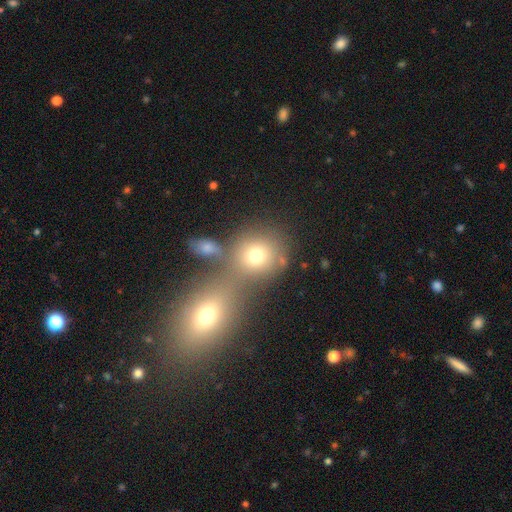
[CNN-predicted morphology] Q: Smooth or featured?
A: smooth (74%); runner-up: star or artifact (13%)
Q: How rounded?
A: round (78%); runner-up: in between (20%)
Q: Merging?
A: none (46%); runner-up: merger (41%)